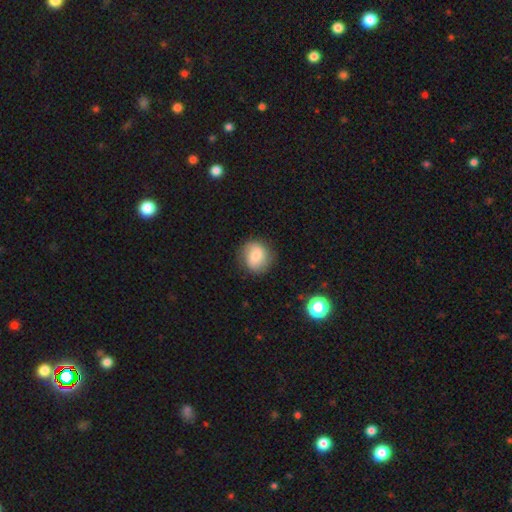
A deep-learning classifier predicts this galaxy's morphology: A smooth galaxy with no disk features (67%) that is round (82%).

Vote fractions:
- Smooth or featured? smooth: 67% / featured or disk: 25% / star or artifact: 8%
- How rounded? round: 82% / in between: 17% / cigar-shaped: 1%
- Merging? none: 82% / minor disturbance: 13% / major disturbance: 4% / merger: 1%